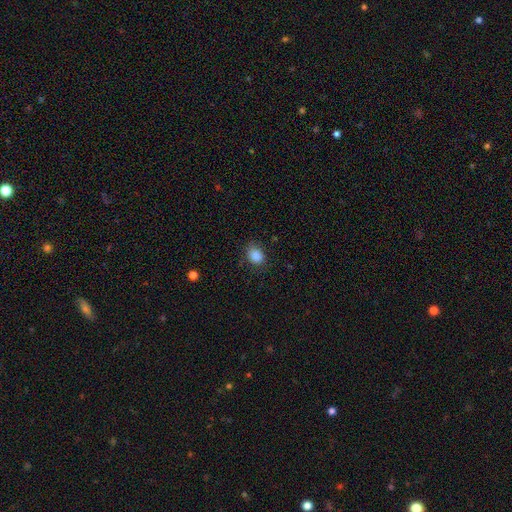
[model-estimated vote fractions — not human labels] Q: Smooth or featured?
A: smooth (86%); runner-up: star or artifact (10%)
Q: How rounded?
A: in between (50%); runner-up: round (49%)
Q: Merging?
A: none (79%); runner-up: minor disturbance (16%)